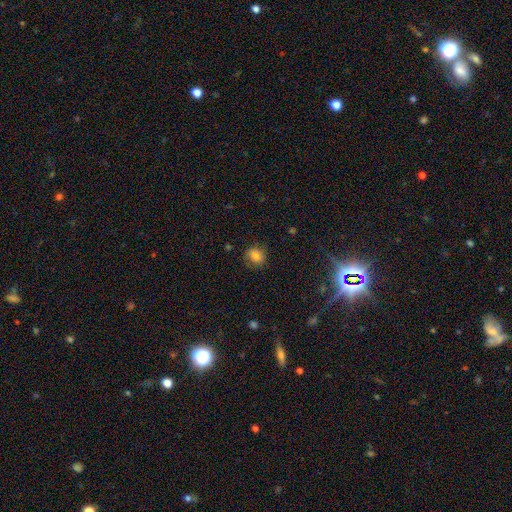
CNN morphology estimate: type=smooth (79%); roundness=round (75%); merging=none (80%).